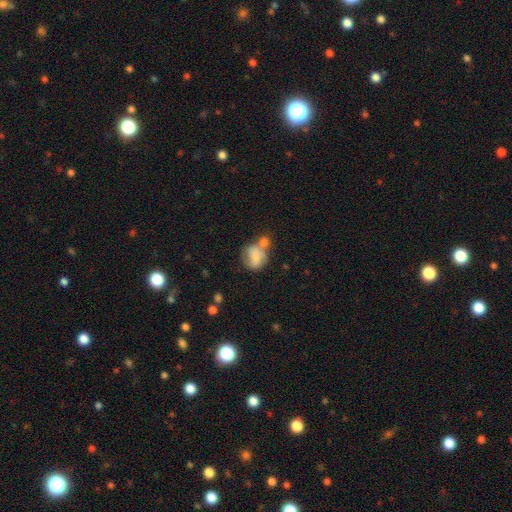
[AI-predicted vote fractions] A smooth galaxy with no disk features (67%) that is round (54%).

Vote fractions:
- Smooth or featured? smooth: 67% / featured or disk: 24% / star or artifact: 8%
- How rounded? round: 54% / in between: 44% / cigar-shaped: 1%
- Merging? merger: 47% / none: 26% / minor disturbance: 17% / major disturbance: 10%